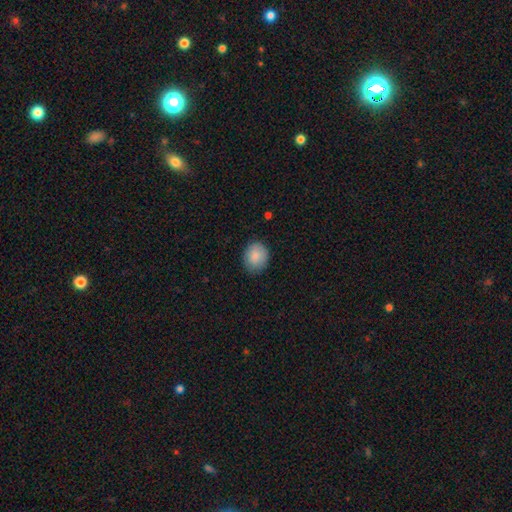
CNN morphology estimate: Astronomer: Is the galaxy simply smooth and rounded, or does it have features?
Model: smooth — 86%.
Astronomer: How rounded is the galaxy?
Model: round — 58% (runner-up: in between, 42%).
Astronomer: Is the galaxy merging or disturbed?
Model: none — 83%.